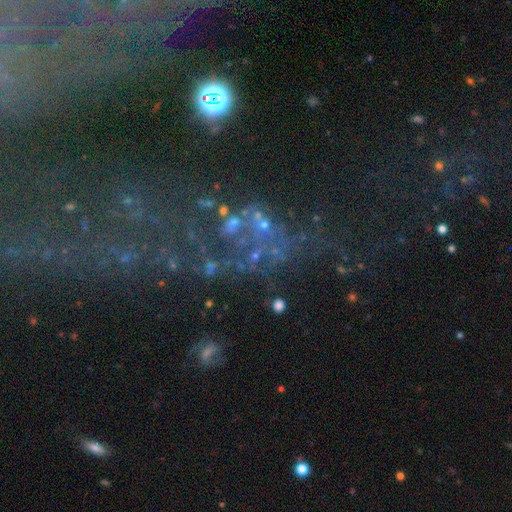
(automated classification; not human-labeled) Smooth or featured? featured or disk (49%)
Merging? none (40%)